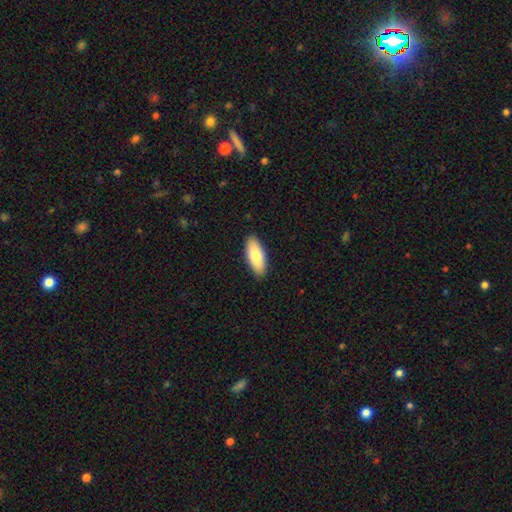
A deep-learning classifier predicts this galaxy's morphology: Smooth or featured? Predicted: smooth (p=0.77). How rounded? Predicted: in between (p=0.81). Merging? Predicted: none (p=0.90).